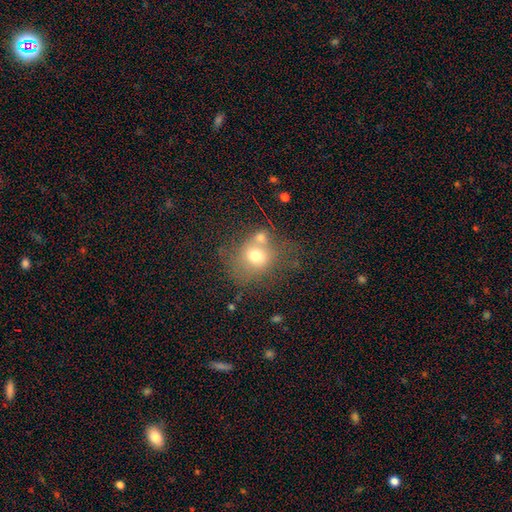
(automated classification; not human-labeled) smooth-or-featured: smooth: 66% | featured or disk: 21% | star or artifact: 13%
  how-rounded: round: 68% | in between: 31% | cigar-shaped: 1%
  merging: merger: 38% | none: 35% | minor disturbance: 15% | major disturbance: 11%